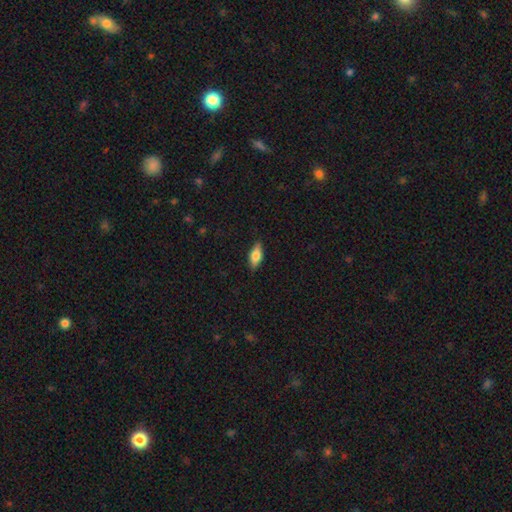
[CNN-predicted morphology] smooth 65%, featured or disk 28%, star or artifact 7%. Down the decision tree: how rounded — in between (77%); merging — none (86%).